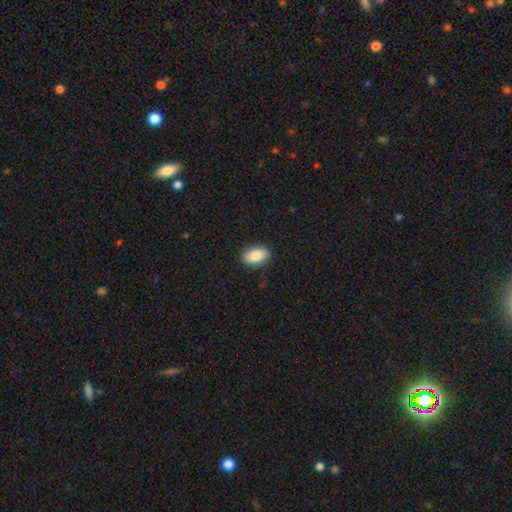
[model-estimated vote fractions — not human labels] This is clearly a smooth galaxy (86%). How rounded: clearly in between (90%). Merging: clearly none (88%).